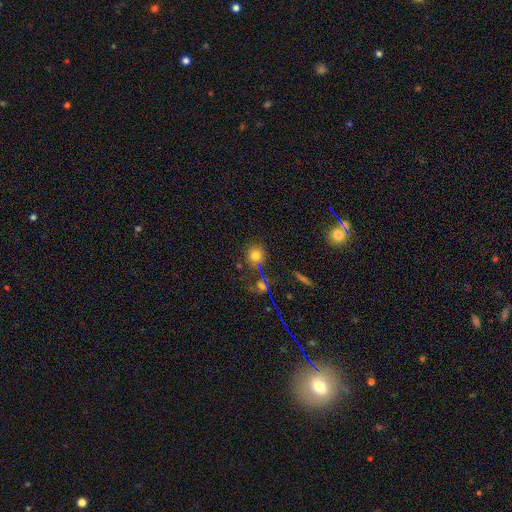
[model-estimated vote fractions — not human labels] A smooth galaxy with no disk features (71%) that is round (88%). Merging: none (76%).